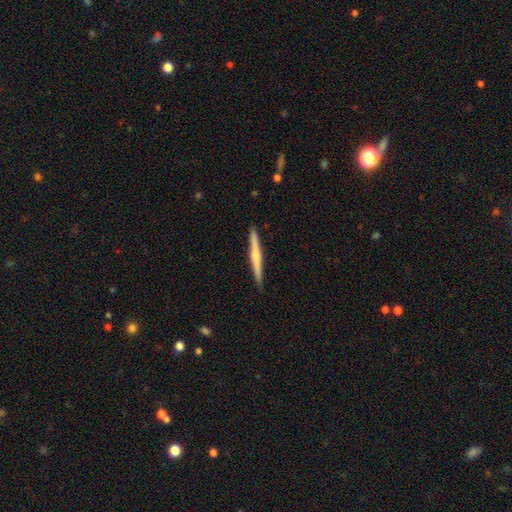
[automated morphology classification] Smooth or featured? featured or disk (59%)
Edge-on disk? yes (98%)
Edge-on bulge? rounded (70%)
Merging? none (91%)